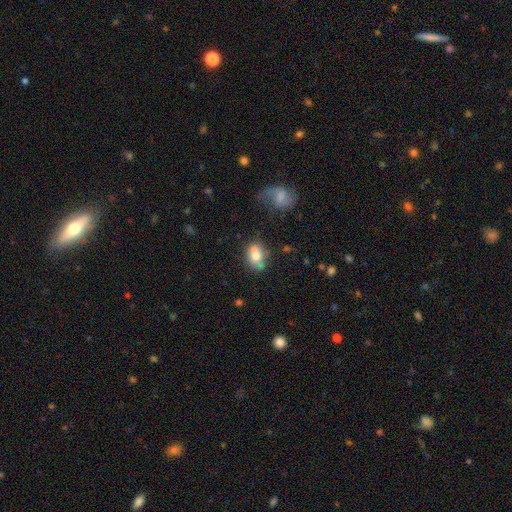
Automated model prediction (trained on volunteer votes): A smooth galaxy with no disk features (66%) that is in between round and cigar-shaped (72%).

Vote fractions:
- Smooth or featured? smooth: 66% / featured or disk: 25% / star or artifact: 9%
- How rounded? in between: 72% / round: 26% / cigar-shaped: 3%
- Merging? none: 64% / minor disturbance: 22% / merger: 7% / major disturbance: 6%